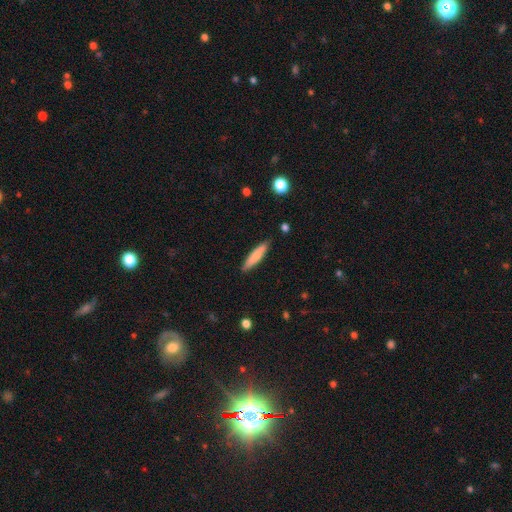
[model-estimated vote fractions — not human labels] Morphology: type=smooth (76%); roundness=cigar-shaped (85%); merging=none (88%).